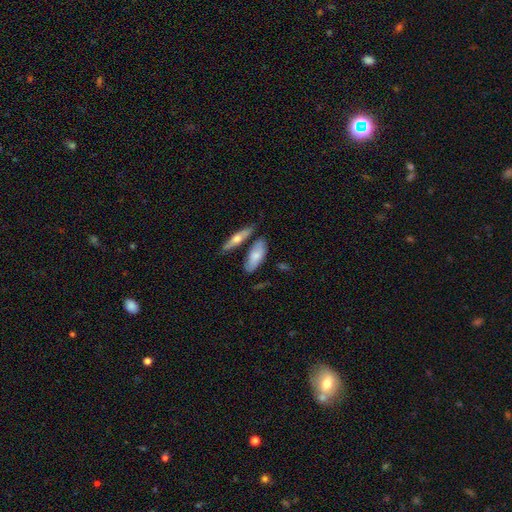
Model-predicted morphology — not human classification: Smooth or featured: smooth — 70% (featured or disk — 25%)
How rounded: in between — 70% (cigar-shaped — 27%)
Merging: none — 63% (minor disturbance — 17%)